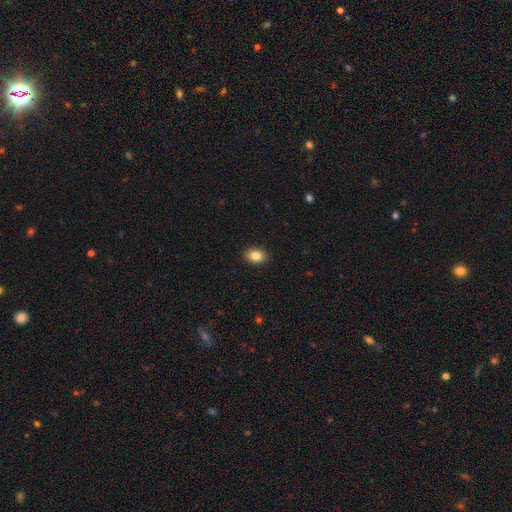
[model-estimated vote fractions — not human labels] The model was most divided on "how rounded": in between: 74%, round: 25%, cigar-shaped: 1%. More confident: merging — none (91%); smooth or featured — smooth (84%).